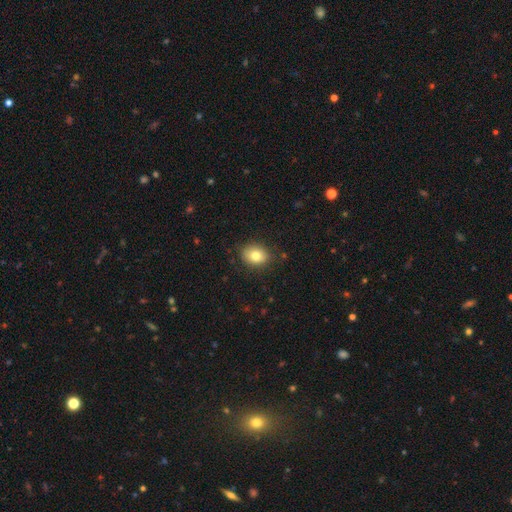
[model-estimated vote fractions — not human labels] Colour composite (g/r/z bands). It shows a smooth galaxy with no disk features (80%) that is in between round and cigar-shaped (65%). Merging: none (85%).